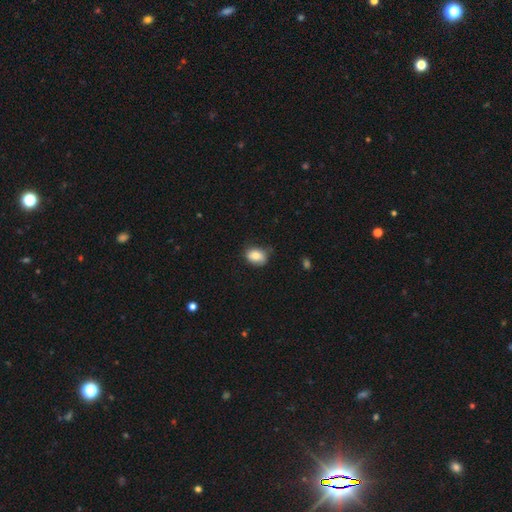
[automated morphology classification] smooth-or-featured: smooth: 84% | featured or disk: 9% | star or artifact: 8%
  how-rounded: in between: 75% | round: 24% | cigar-shaped: 1%
  merging: none: 68% | minor disturbance: 25% | major disturbance: 5% | merger: 2%